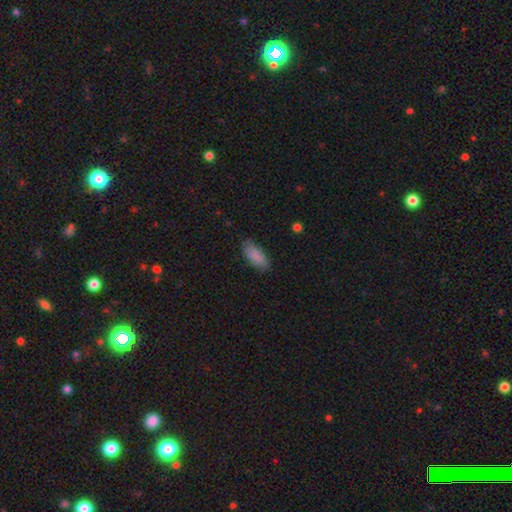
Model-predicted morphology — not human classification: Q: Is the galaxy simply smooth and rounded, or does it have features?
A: smooth — 87%.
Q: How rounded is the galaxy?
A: in between — 84%.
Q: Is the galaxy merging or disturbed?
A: none — 81%.